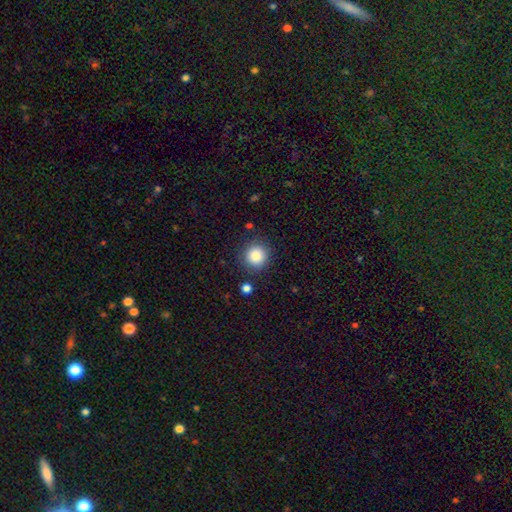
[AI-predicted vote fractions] Smooth or featured? smooth (85%)
How rounded? round (92%)
Merging? none (86%)